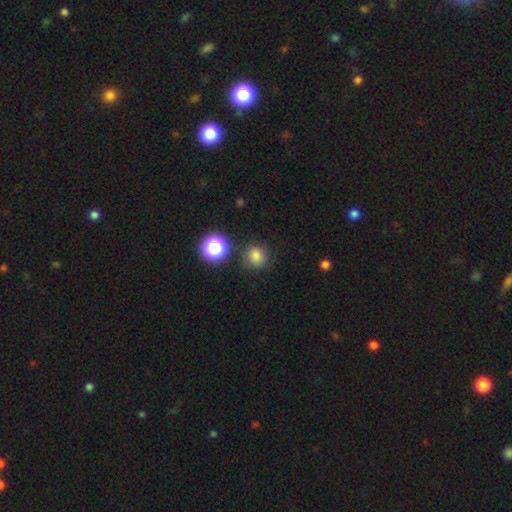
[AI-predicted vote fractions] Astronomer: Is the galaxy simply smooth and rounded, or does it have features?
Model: smooth — 80%.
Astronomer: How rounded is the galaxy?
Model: round — 88%.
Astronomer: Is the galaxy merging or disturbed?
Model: none — 82%.